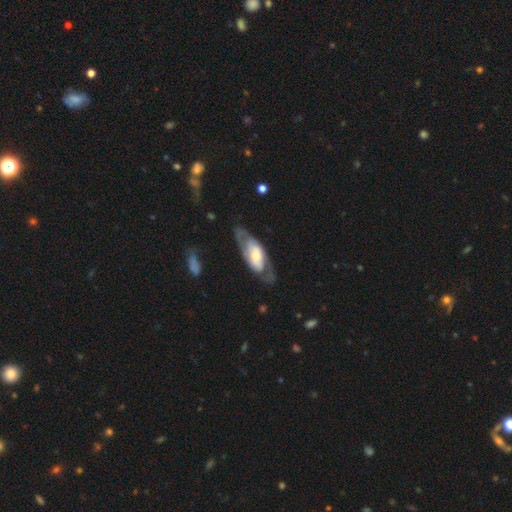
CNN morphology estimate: This appears to be a featured or disk galaxy (64%) with no bar (65%), spiral arms (59%) and a moderate central bulge (55%). Merging: none (66%).